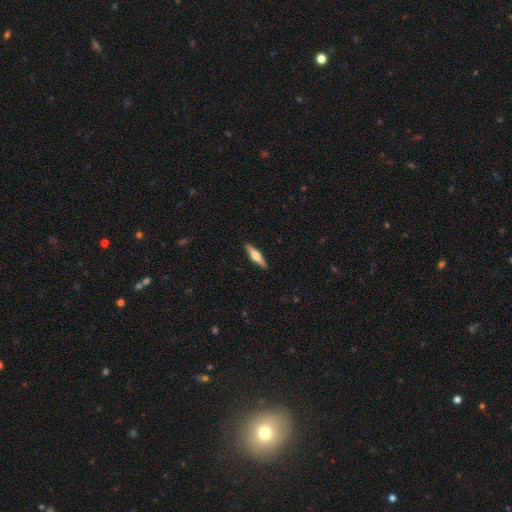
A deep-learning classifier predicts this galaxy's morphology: featured or disk 63%, smooth 32%, star or artifact 5%. Down the decision tree: edge-on disk — yes (97%); edge-on bulge — rounded (93%); merging — none (91%).